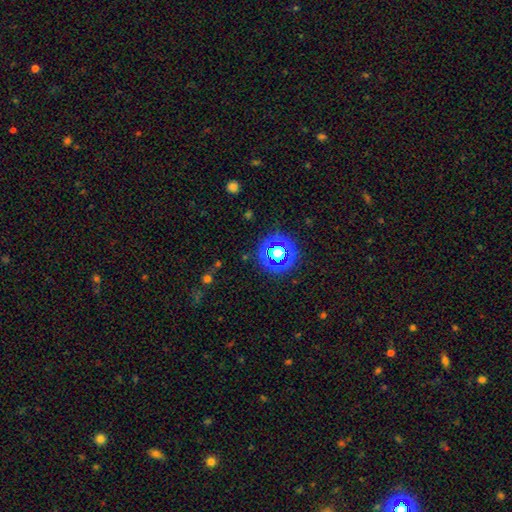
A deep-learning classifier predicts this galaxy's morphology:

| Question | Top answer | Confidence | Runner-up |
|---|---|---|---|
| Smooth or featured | star or artifact | 73% | smooth (19%) |